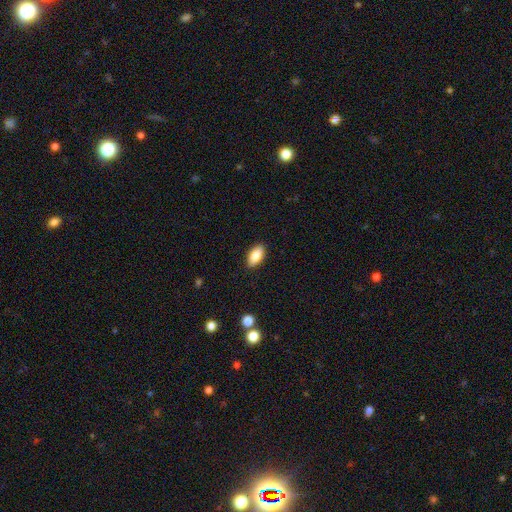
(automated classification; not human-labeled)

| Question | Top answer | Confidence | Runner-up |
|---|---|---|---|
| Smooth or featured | smooth | 85% | featured or disk (8%) |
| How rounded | in between | 92% | cigar-shaped (4%) |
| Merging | none | 89% | minor disturbance (8%) |